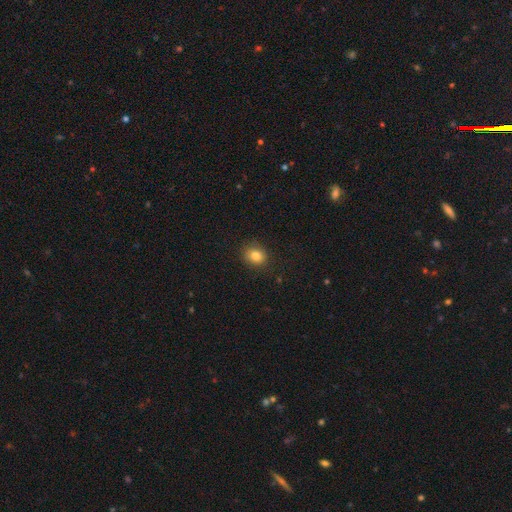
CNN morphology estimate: smooth_or_featured: smooth (p=0.82) [alt: star or artifact p=0.11]
how_rounded: round (p=0.68) [alt: in between p=0.31]
merging: none (p=0.86) [alt: minor disturbance p=0.10]